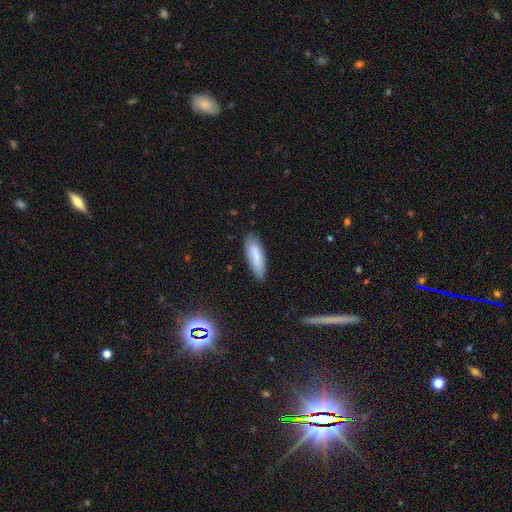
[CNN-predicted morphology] Q: Smooth or featured?
A: smooth (81%); runner-up: featured or disk (12%)
Q: How rounded?
A: in between (53%); runner-up: cigar-shaped (46%)
Q: Merging?
A: none (75%); runner-up: minor disturbance (19%)